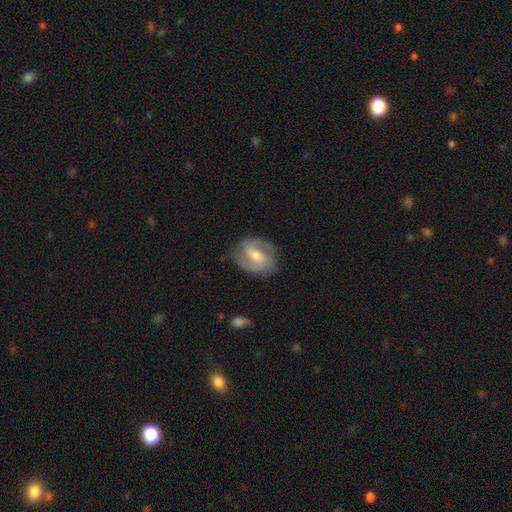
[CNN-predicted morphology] smooth-or-featured: featured or disk: 79% | smooth: 16% | star or artifact: 6%
  disk-edge-on: no: 97% | yes: 3%
    bar: weak: 49% | strong: 25% | no: 25%
    has-spiral-arms: yes: 94% | no: 6%
      spiral-winding: medium: 50% | tight: 30% | loose: 19%
      spiral-arm-count: 2: 80% | 3: 7% | can't tell: 7% | 1: 2% | 4: 2% | more than 4: 1%
    bulge-size: moderate: 56% | small: 36% | large: 4% | none: 2% | dominant: 1%
  merging: none: 78% | minor disturbance: 16% | major disturbance: 5% | merger: 1%